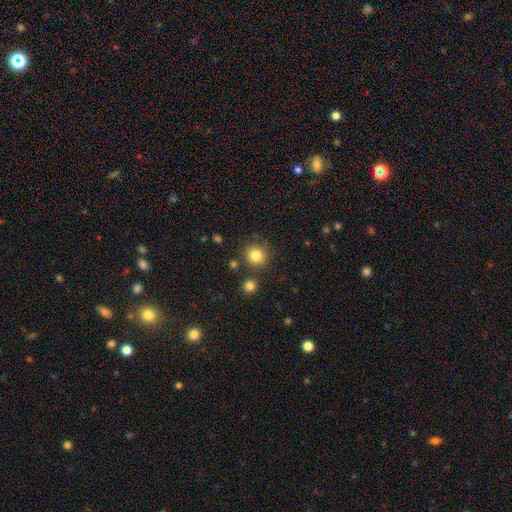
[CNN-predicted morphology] Overall: smooth (82%). How rounded: round (91%). Merging: none (81%).